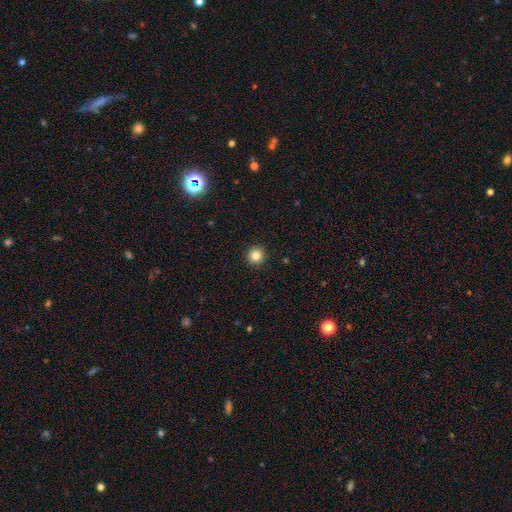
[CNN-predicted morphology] Overall: smooth (83%). How rounded: round (96%). Merging: none (93%).